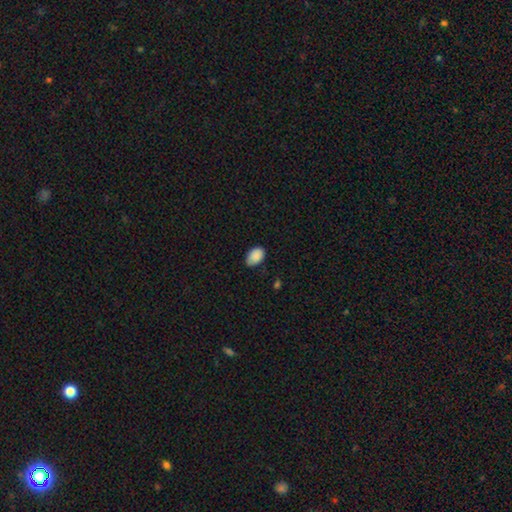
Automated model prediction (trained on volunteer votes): Smooth or featured? smooth (89%)
How rounded? in between (90%)
Merging? none (73%)